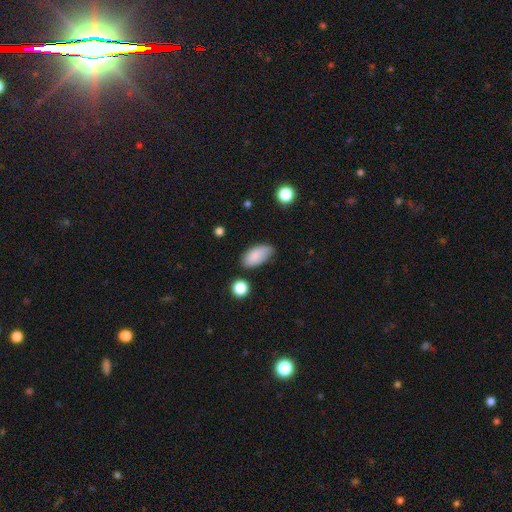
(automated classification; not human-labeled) Smooth or featured? smooth (85%)
How rounded? in between (92%)
Merging? none (70%)